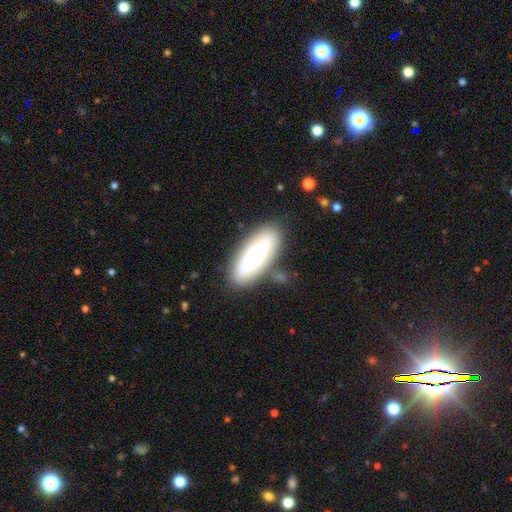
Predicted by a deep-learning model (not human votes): The model was most divided on "smooth or featured": smooth: 55%, featured or disk: 38%, star or artifact: 7%. More confident: merging — none (79%); how rounded — in between (60%).